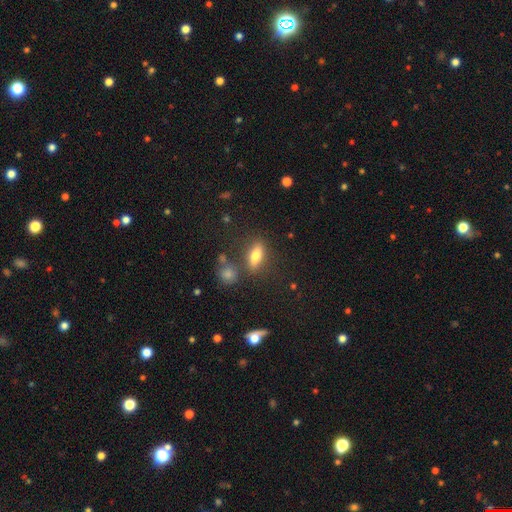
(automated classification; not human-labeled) A smooth galaxy with no disk features (74%) that is in between round and cigar-shaped (70%). Merging: none (75%).